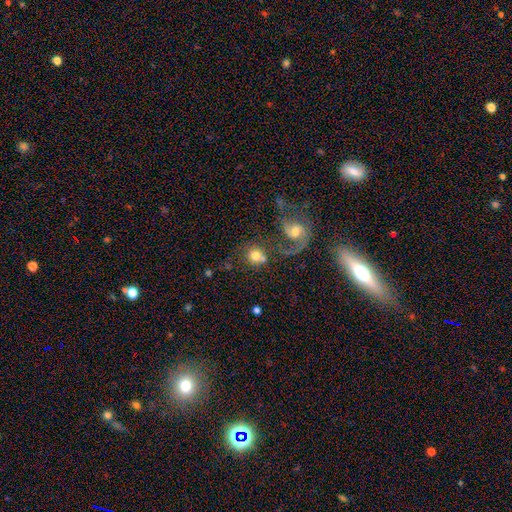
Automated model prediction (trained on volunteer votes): This is likely a smooth galaxy (66%). How rounded: clearly round (86%). Merging: possibly none (50%).